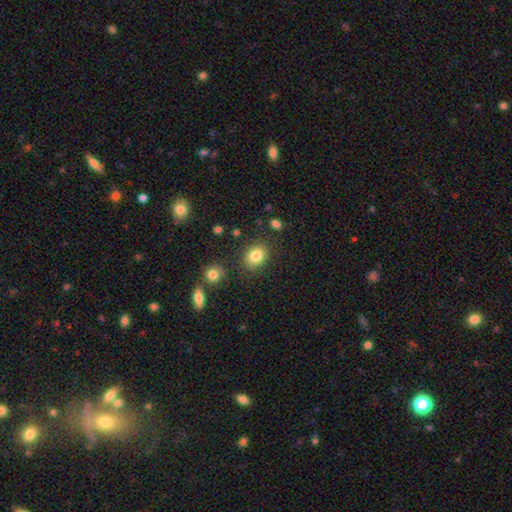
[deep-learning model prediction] smooth 83%, star or artifact 10%, featured or disk 7%. Down the decision tree: how rounded — in between (51%); merging — none (82%).